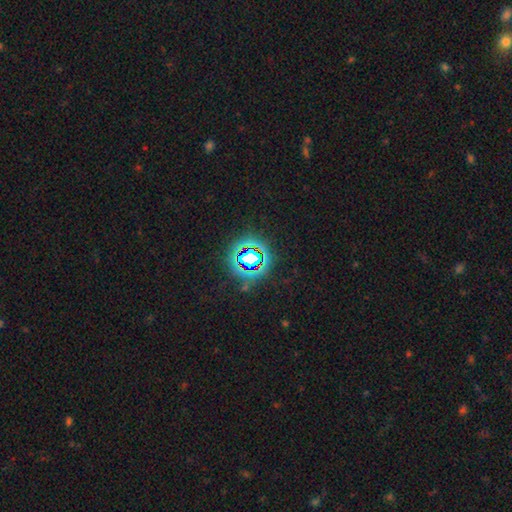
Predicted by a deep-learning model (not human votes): A star or artifact, not a galaxy (79%).

Vote fractions:
- Smooth or featured? star or artifact: 79% / smooth: 13% / featured or disk: 8%